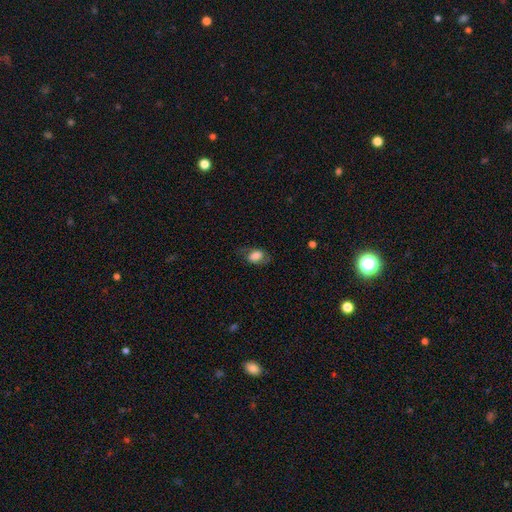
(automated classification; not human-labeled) Morphology: type=smooth (74%); roundness=in between (82%); merging=none (63%).